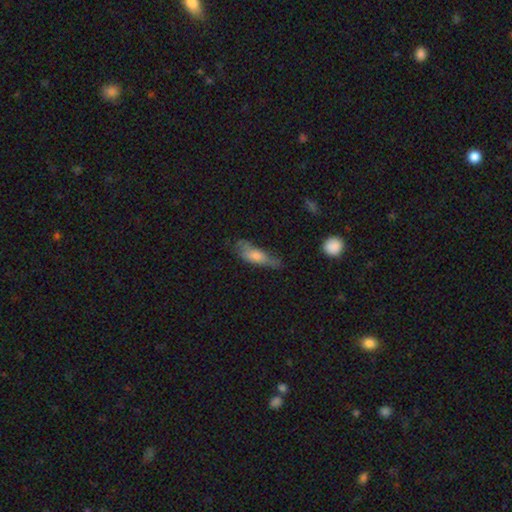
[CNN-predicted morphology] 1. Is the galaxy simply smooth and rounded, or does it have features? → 63% smooth, 29% featured or disk, 7% star or artifact.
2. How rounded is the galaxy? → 49% in between (tied), 49% cigar-shaped (tied), 3% round.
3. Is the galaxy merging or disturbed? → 45% none, 34% minor disturbance, 18% major disturbance, 3% merger.